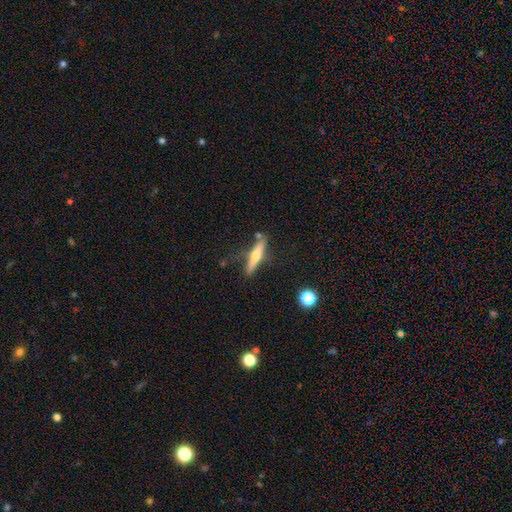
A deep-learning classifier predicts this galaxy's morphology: smooth_or_featured: featured or disk (p=0.50) [alt: smooth p=0.44]
disk_edge_on: yes (p=0.93) [alt: no p=0.07]
merging: none (p=0.78) [alt: minor disturbance p=0.13]